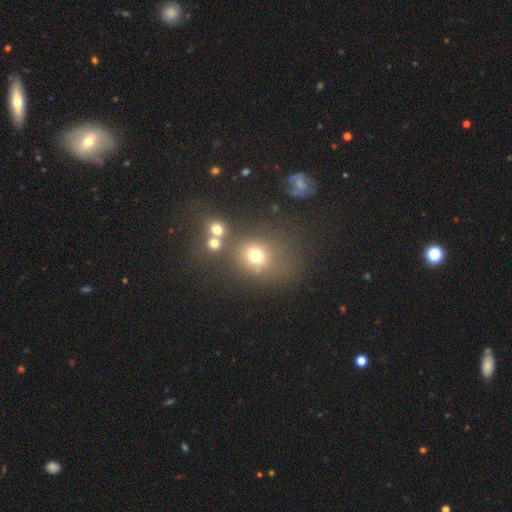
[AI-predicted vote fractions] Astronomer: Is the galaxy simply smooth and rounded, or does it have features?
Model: smooth — 69%.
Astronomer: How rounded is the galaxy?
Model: round — 68%.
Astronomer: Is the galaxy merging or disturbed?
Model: none — 58%.